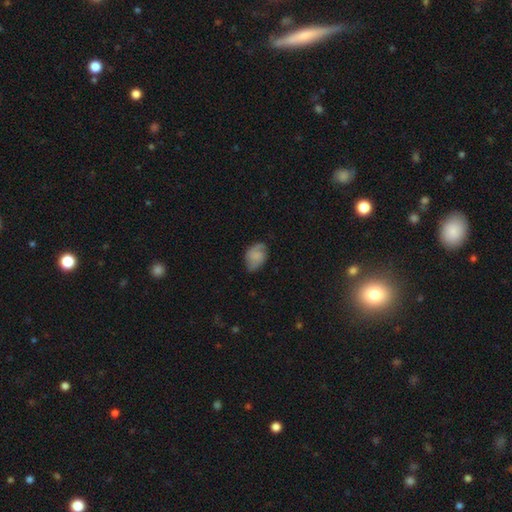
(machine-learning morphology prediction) smooth-or-featured: smooth: 52% | featured or disk: 39% | star or artifact: 9%
  how-rounded: in between: 83% | round: 16% | cigar-shaped: 1%
  merging: none: 69% | minor disturbance: 23% | major disturbance: 6% | merger: 1%